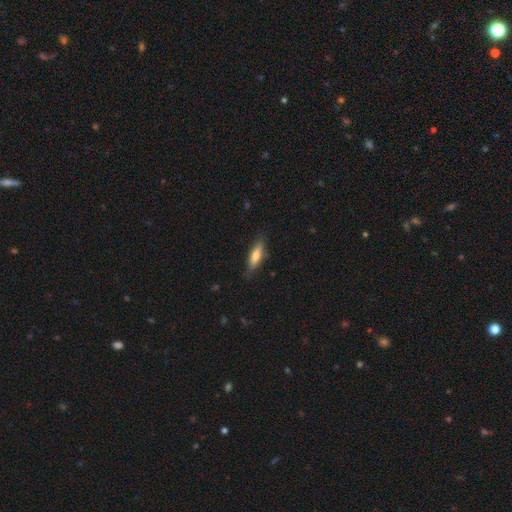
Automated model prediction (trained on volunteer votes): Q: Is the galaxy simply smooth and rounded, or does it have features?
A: smooth — 70%.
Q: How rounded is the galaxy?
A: cigar-shaped — 56%.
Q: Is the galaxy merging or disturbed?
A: none — 80%.